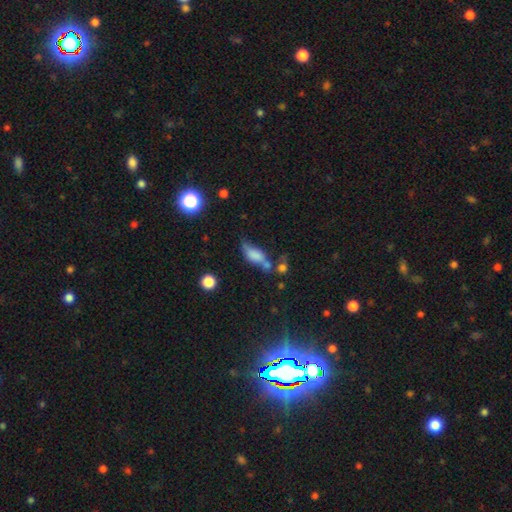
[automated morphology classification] smooth_or_featured: smooth (p=0.65) [alt: featured or disk p=0.23]
how_rounded: in between (p=0.76) [alt: cigar-shaped p=0.18]
merging: none (p=0.31) [alt: merger p=0.26]